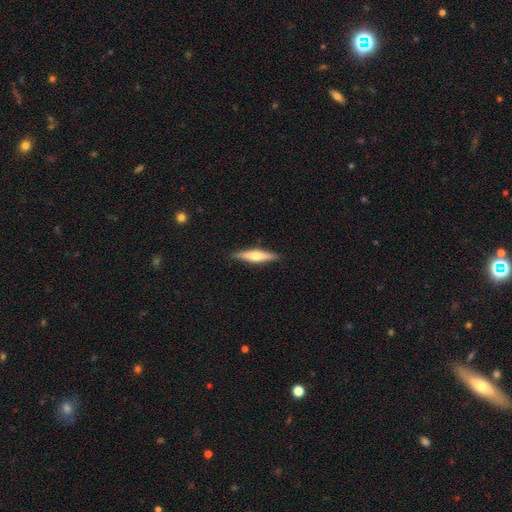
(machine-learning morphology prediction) Overall: featured or disk (55%; smooth 40%). Edge-on disk: yes (96%). Edge-on bulge: rounded (90%). Merging: none (90%).